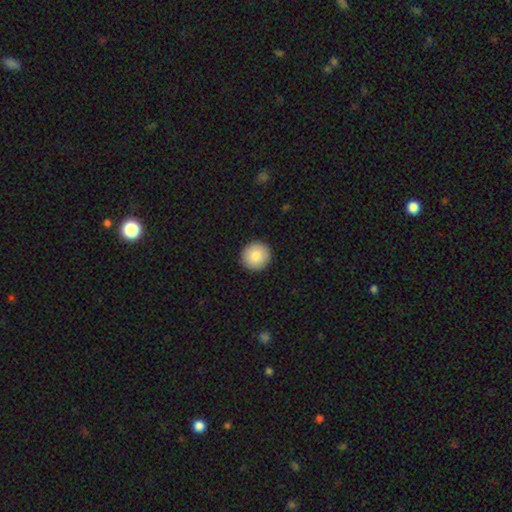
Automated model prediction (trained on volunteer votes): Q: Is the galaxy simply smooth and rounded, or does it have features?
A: smooth — 85%.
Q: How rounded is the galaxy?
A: round — 94%.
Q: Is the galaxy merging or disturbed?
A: none — 92%.